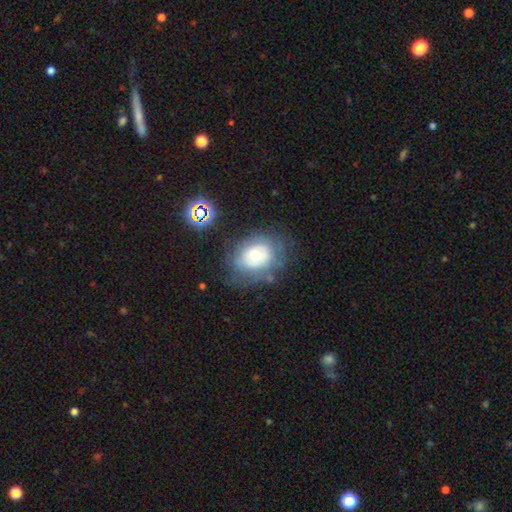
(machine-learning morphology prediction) Smooth or featured? Predicted: smooth (p=0.46). Merging? Predicted: none (p=0.62).